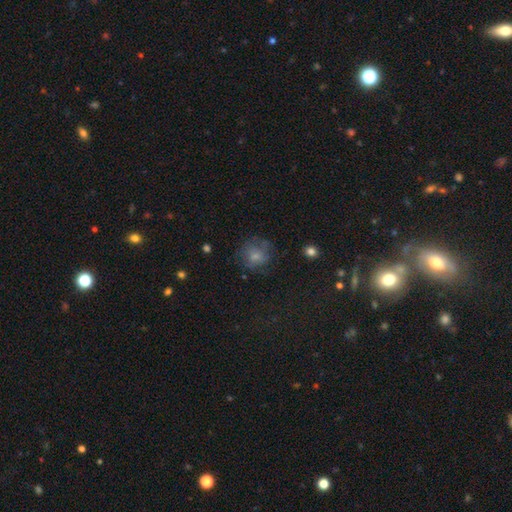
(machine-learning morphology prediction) A smooth galaxy with no disk features (67%) that is round (81%). Merging: none (59%).